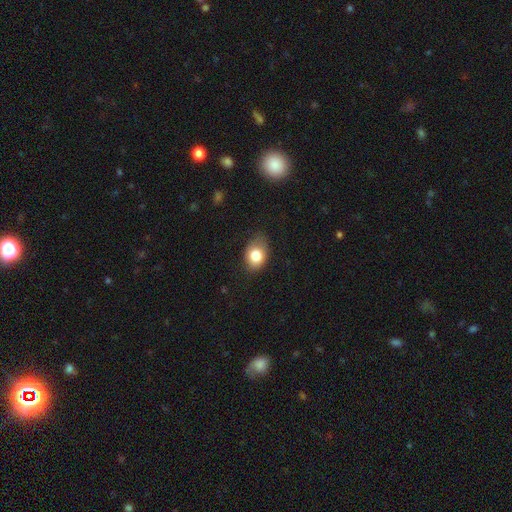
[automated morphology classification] Smooth or featured?
  - smooth: 80% *
  - featured or disk: 11%
  - star or artifact: 9%
How rounded?
  - in between: 69% *
  - round: 30%
  - cigar-shaped: 1%
Merging?
  - none: 70% *
  - minor disturbance: 24%
  - major disturbance: 5%
  - merger: 1%